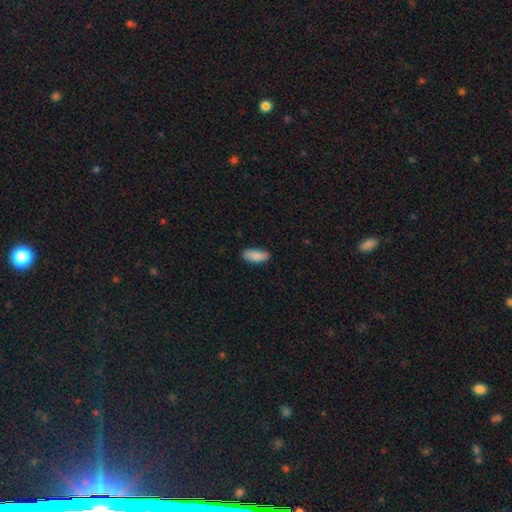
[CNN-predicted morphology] The model was most divided on "how rounded": in between: 85%, cigar-shaped: 13%, round: 2%. More confident: smooth or featured — smooth (88%); merging — none (86%).